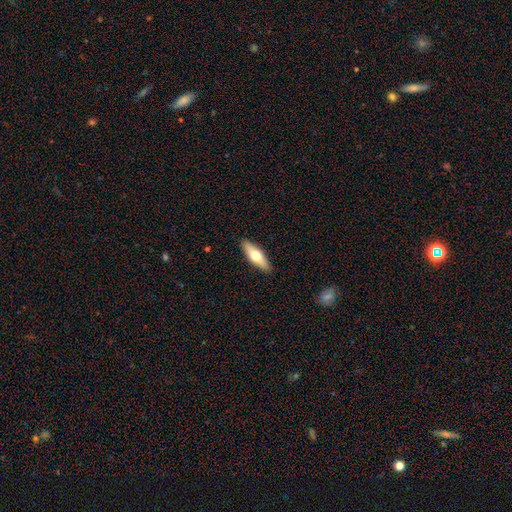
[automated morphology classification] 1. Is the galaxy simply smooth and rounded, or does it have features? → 59% smooth, 36% featured or disk, 5% star or artifact.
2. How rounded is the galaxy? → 51% in between, 47% cigar-shaped, 2% round.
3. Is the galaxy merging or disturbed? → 90% none, 7% minor disturbance, 2% major disturbance, 1% merger.